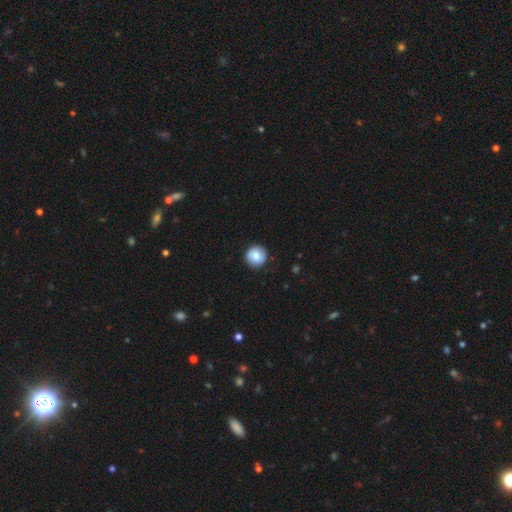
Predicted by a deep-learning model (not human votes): smooth-or-featured: smooth: 84% | featured or disk: 9% | star or artifact: 7%
  how-rounded: round: 95% | in between: 4% | cigar-shaped: 1%
  merging: none: 90% | minor disturbance: 8% | major disturbance: 2% | merger: 1%